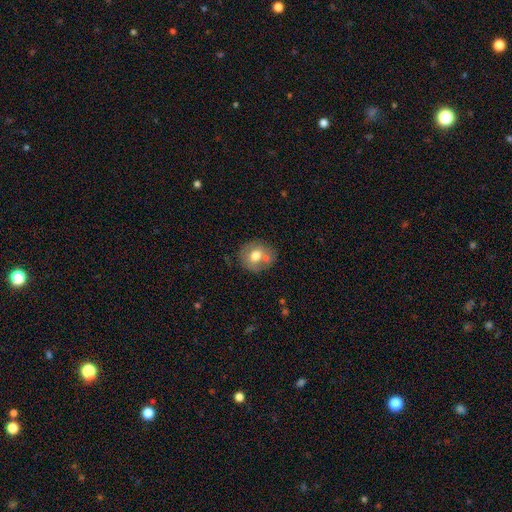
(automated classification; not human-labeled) This is likely a smooth galaxy (67%). How rounded: likely round (77%). Merging: likely none (62%).